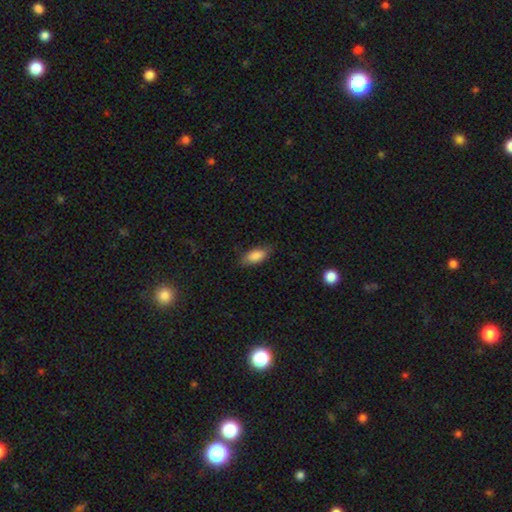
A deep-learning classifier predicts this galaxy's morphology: The model was most divided on "merging": none: 78%, minor disturbance: 17%, major disturbance: 4%, merger: 1%. More confident: how rounded — in between (85%); smooth or featured — smooth (84%).